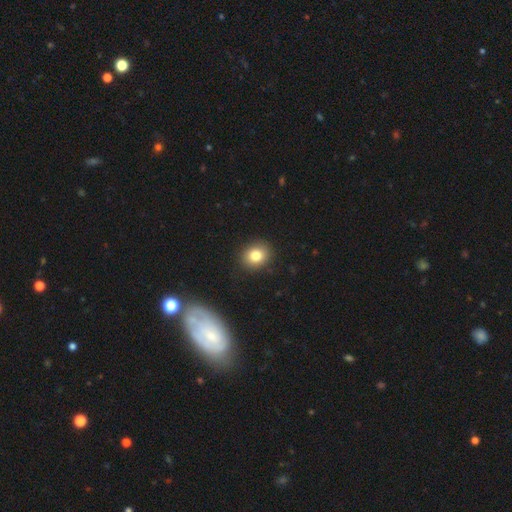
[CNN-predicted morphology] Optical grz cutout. It shows a smooth galaxy with no disk features (81%) that is round (69%). Merging: none (89%).